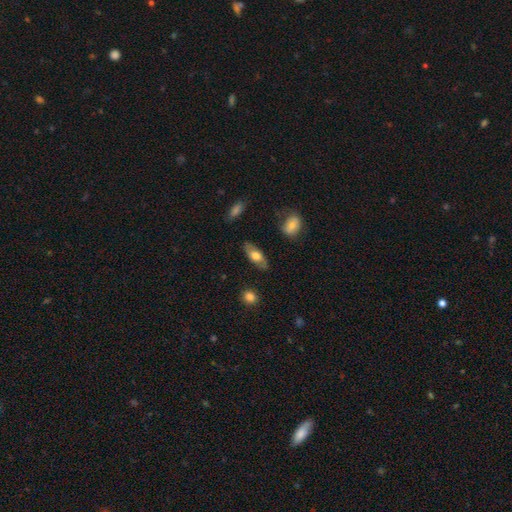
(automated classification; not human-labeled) This appears to be a smooth galaxy with no disk features (62%) that is in between round and cigar-shaped (80%). Merging: none (81%).